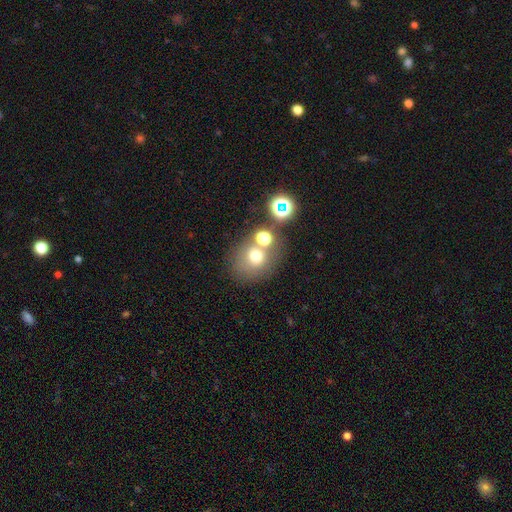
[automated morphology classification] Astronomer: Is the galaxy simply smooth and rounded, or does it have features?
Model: smooth — 67%.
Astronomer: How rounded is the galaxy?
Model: round — 82%.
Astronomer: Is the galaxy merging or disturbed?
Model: none — 57%.